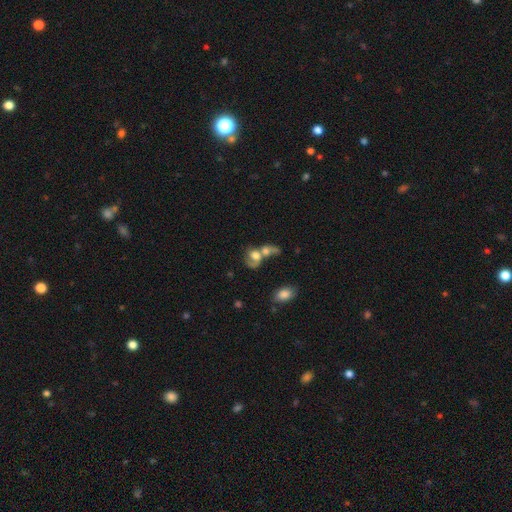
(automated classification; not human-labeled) smooth-or-featured: smooth: 45% | featured or disk: 44% | star or artifact: 11%
  merging: merger: 69% | major disturbance: 13% | none: 12% | minor disturbance: 6%